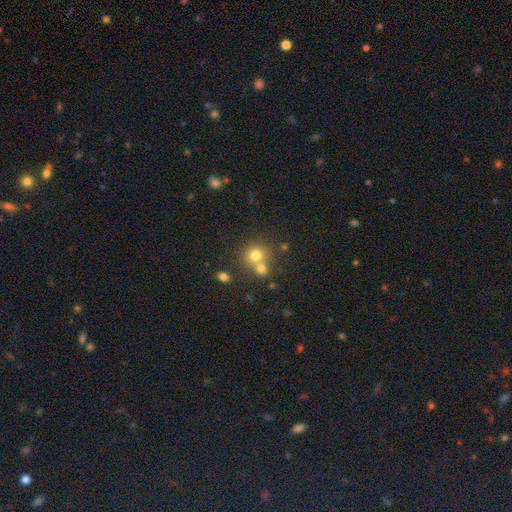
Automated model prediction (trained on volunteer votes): Smooth or featured? Predicted: smooth (p=0.74). How rounded? Predicted: round (p=0.81). Merging? Predicted: merger (p=0.45).